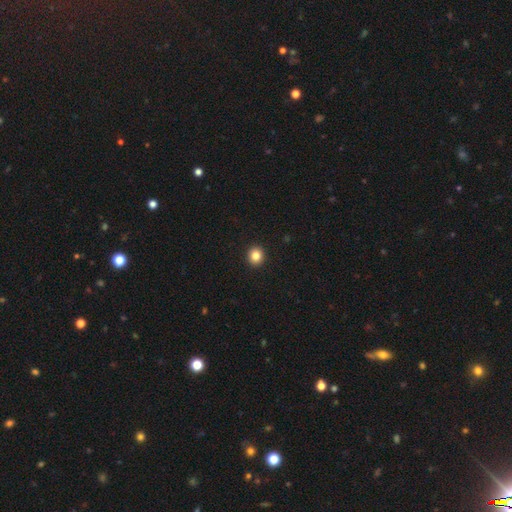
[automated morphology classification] Smooth or featured? smooth (84%)
How rounded? round (88%)
Merging? none (94%)